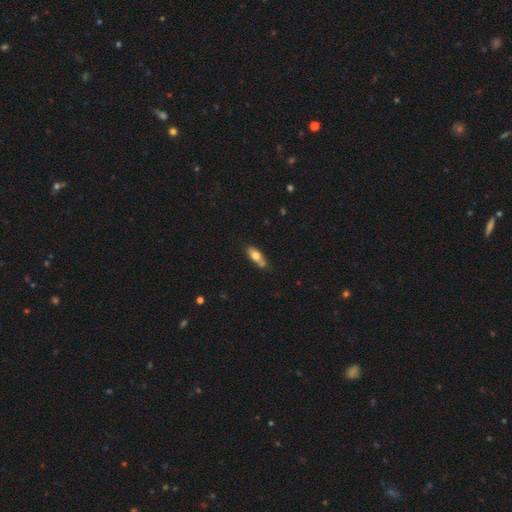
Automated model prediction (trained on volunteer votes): Smooth or featured?
  - smooth: 69% *
  - featured or disk: 24%
  - star or artifact: 7%
How rounded?
  - in between: 74% *
  - cigar-shaped: 23%
  - round: 3%
Merging?
  - none: 63% *
  - minor disturbance: 20%
  - merger: 13%
  - major disturbance: 4%